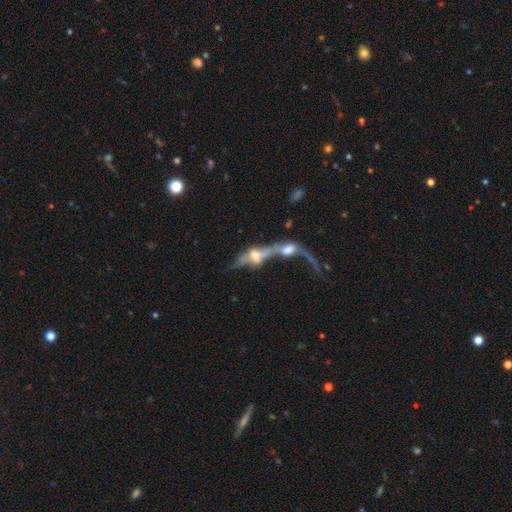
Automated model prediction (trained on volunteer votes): smooth_or_featured: featured or disk (p=0.62) [alt: smooth p=0.27]
disk_edge_on: no (p=0.58) [alt: yes p=0.42]
merging: merger (p=0.79) [alt: major disturbance p=0.09]